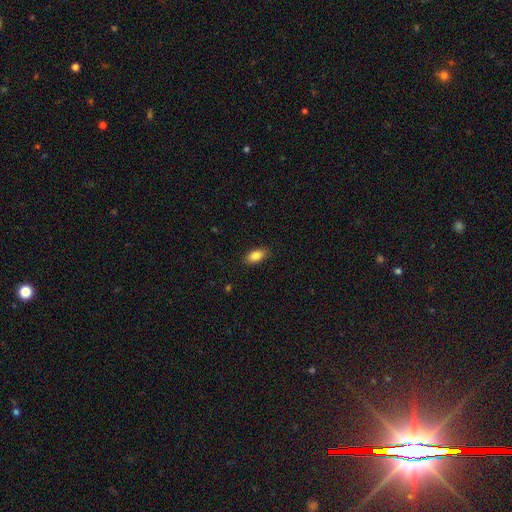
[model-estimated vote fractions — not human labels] Q: Smooth or featured?
A: smooth (86%); runner-up: star or artifact (8%)
Q: How rounded?
A: in between (90%); runner-up: cigar-shaped (5%)
Q: Merging?
A: none (88%); runner-up: minor disturbance (9%)